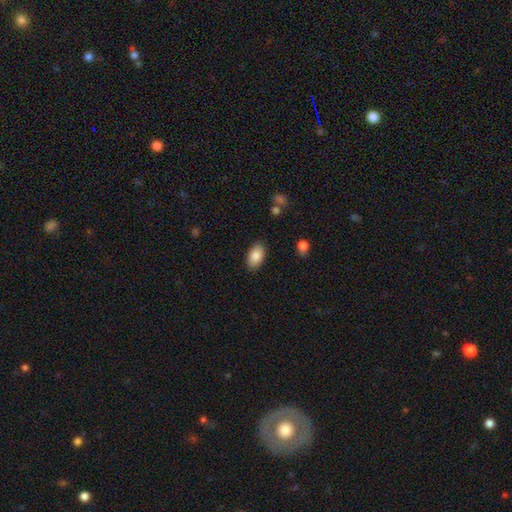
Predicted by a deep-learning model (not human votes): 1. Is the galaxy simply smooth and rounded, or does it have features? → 87% smooth, 7% featured or disk, 7% star or artifact.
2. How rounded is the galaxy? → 94% in between, 4% round, 2% cigar-shaped.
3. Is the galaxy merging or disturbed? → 87% none, 9% minor disturbance, 2% major disturbance, 1% merger.